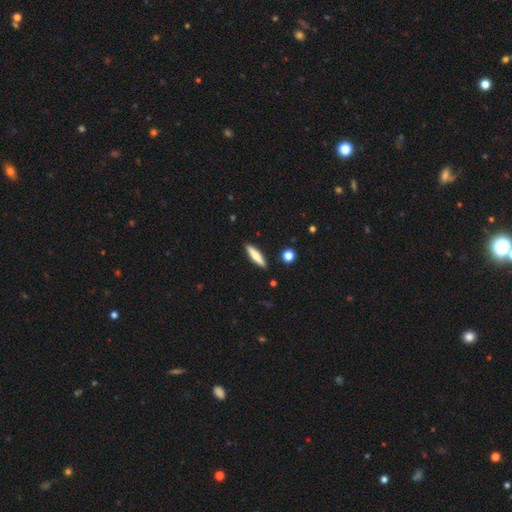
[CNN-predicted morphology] A smooth galaxy with no disk features (70%) that is cigar-shaped (79%). Merging: none (89%).